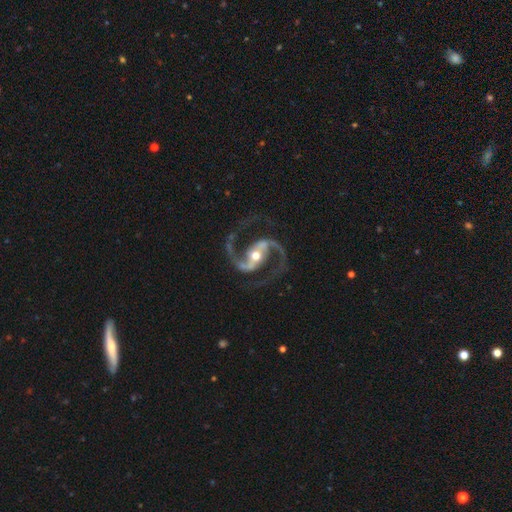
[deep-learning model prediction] Overall: featured or disk (95%). Edge-on disk: no (98%). Bar: strong (49%; weak 31%). Spiral arms: yes (99%). Spiral arm count: 2 (95%). Spiral winding: medium (64%; loose 27%). Bulge size: moderate (70%). Merging: none (82%).